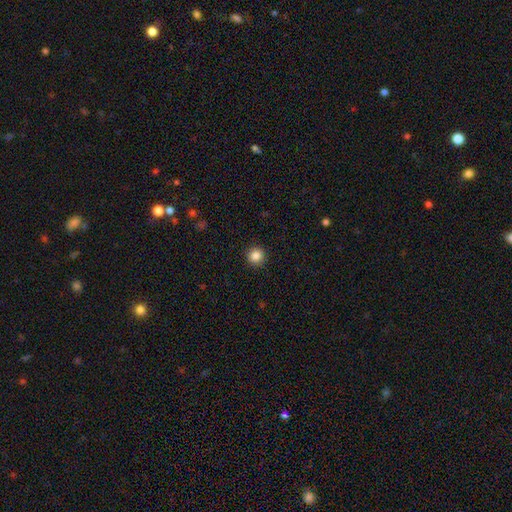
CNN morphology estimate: Smooth or featured?
  - smooth: 86% *
  - star or artifact: 10%
  - featured or disk: 4%
How rounded?
  - round: 94% *
  - in between: 5%
  - cigar-shaped: 1%
Merging?
  - none: 92% *
  - minor disturbance: 5%
  - major disturbance: 2%
  - merger: 1%